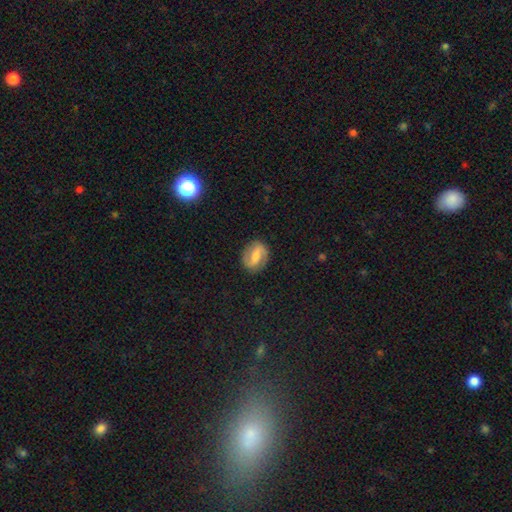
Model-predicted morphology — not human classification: This is likely a featured or disk galaxy (64%). It is clearly not viewed edge-on (97%). Bar: marginally weak (42%). Spiral arm pattern: clearly yes (88%). Spiral arm count: clearly 2 (89%). Spiral winding: marginally medium (44%). Central bulge: marginally moderate (42%). Merging: clearly none (85%).